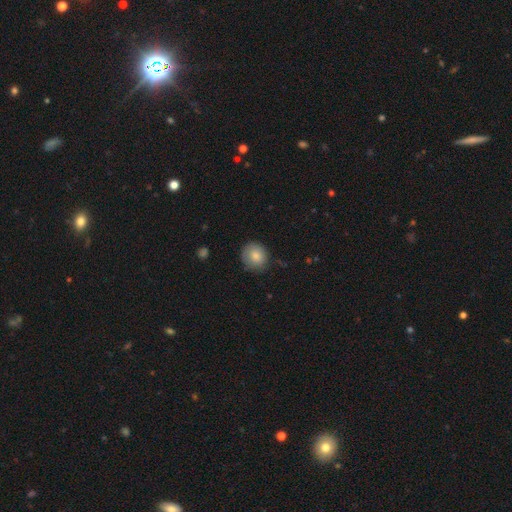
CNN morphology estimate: The model was most divided on "merging": none: 79%, minor disturbance: 17%, major disturbance: 4%, merger: 1%. More confident: how rounded — round (83%); smooth or featured — smooth (83%).